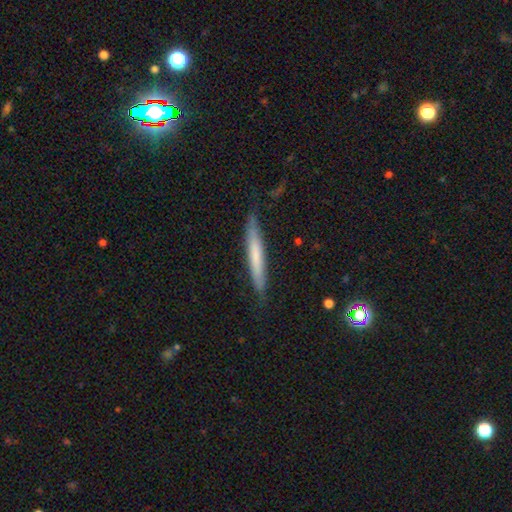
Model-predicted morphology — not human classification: type=smooth (59%); roundness=cigar-shaped (95%); merging=none (82%).